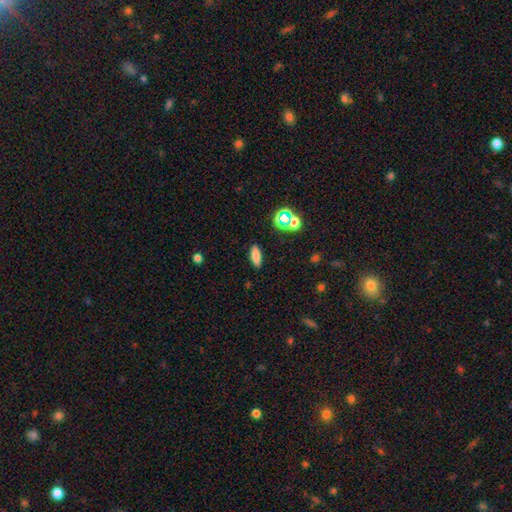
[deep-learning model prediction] smooth-or-featured: smooth: 78% | star or artifact: 14% | featured or disk: 9%
  how-rounded: in between: 62% | cigar-shaped: 33% | round: 4%
  merging: none: 88% | minor disturbance: 8% | major disturbance: 2% | merger: 2%